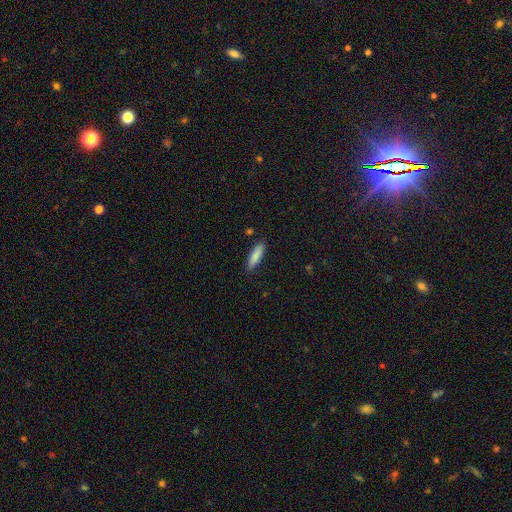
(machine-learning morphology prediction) This appears to be a smooth galaxy with no disk features (86%) that is cigar-shaped (65%). Merging: none (86%).